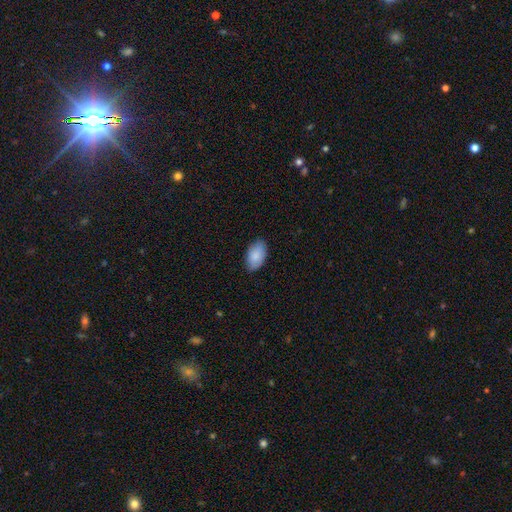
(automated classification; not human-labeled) Smooth or featured?
  - smooth: 87% *
  - featured or disk: 8%
  - star or artifact: 6%
How rounded?
  - in between: 94% *
  - round: 4%
  - cigar-shaped: 1%
Merging?
  - none: 85% *
  - minor disturbance: 12%
  - major disturbance: 2%
  - merger: 1%